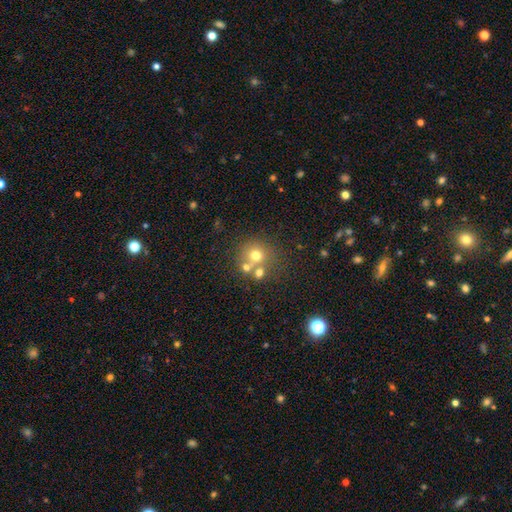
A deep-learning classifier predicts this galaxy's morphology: smooth 63%, featured or disk 20%, star or artifact 17%. Down the decision tree: how rounded — round (85%); merging — none (51%).